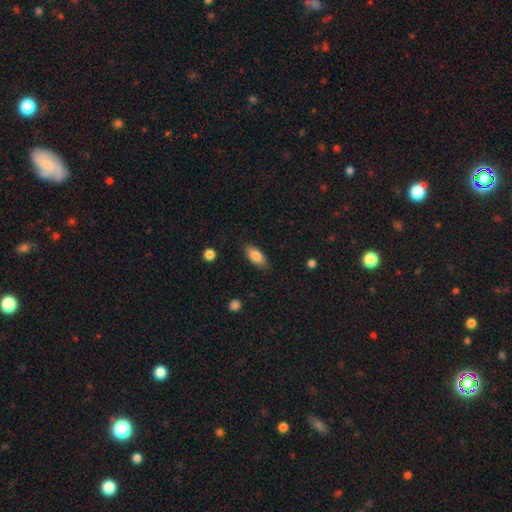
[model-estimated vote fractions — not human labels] This appears to be a smooth galaxy with no disk features (82%) that is in between round and cigar-shaped (83%). Merging: none (84%).